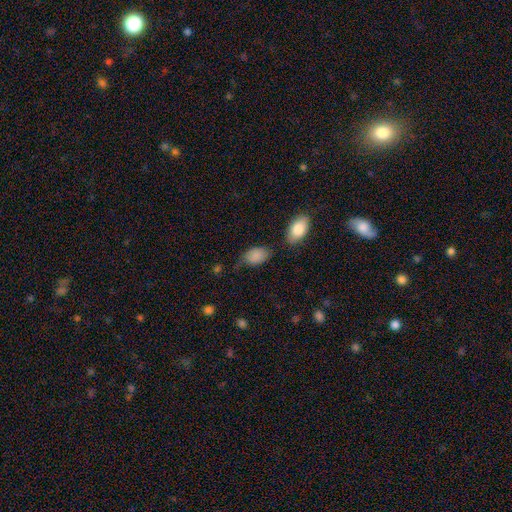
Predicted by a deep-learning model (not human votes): Overall: smooth (86%). How rounded: in between (90%). Merging: none (54%; minor disturbance 30%).